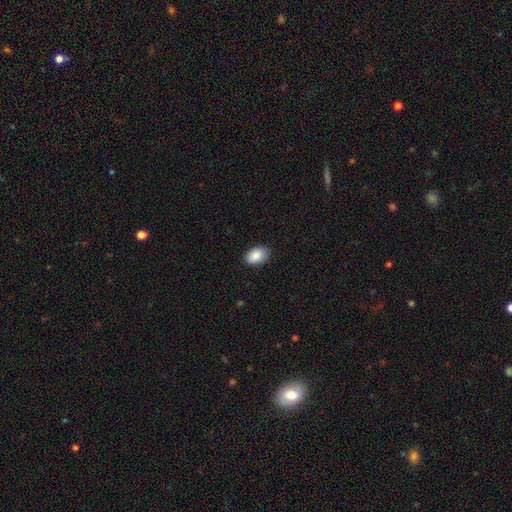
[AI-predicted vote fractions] smooth_or_featured: smooth (p=0.88) [alt: star or artifact p=0.06]
how_rounded: in between (p=0.91) [alt: round p=0.08]
merging: none (p=0.86) [alt: minor disturbance p=0.11]